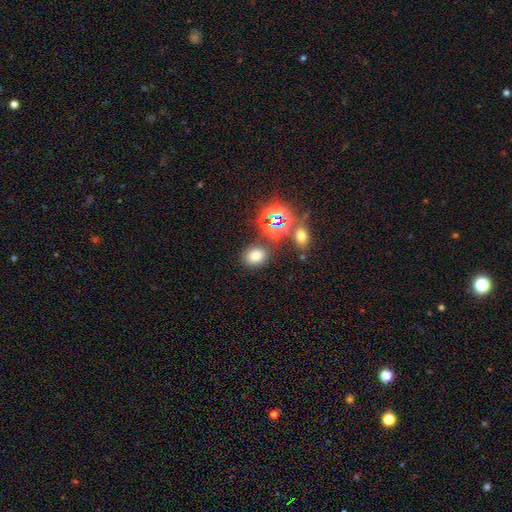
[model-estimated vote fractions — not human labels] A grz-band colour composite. It shows a smooth galaxy with no disk features (70%) that is round (53%). Merging: none (79%).